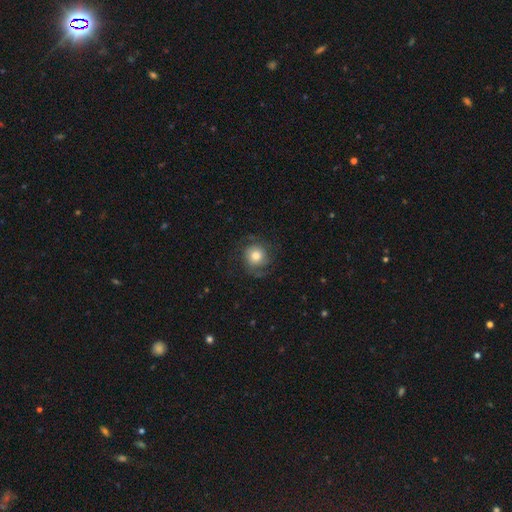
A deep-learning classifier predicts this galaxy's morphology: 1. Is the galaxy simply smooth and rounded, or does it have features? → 55% smooth, 36% featured or disk, 9% star or artifact.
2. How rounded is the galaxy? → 90% round, 9% in between, 1% cigar-shaped.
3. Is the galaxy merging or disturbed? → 70% none, 16% minor disturbance, 12% major disturbance, 1% merger.